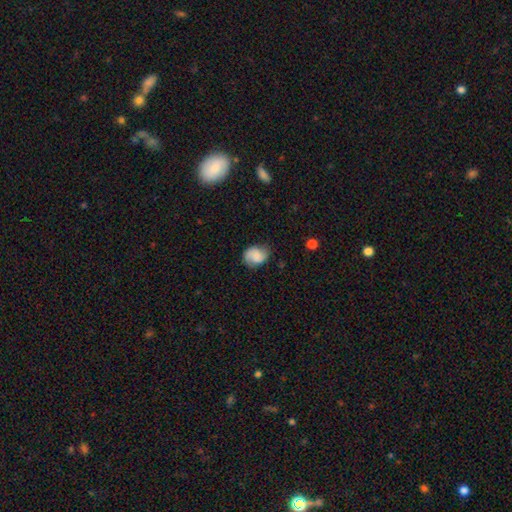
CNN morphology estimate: This appears to be a smooth galaxy with no disk features (56%) that is round (50%). Merging: none (66%).